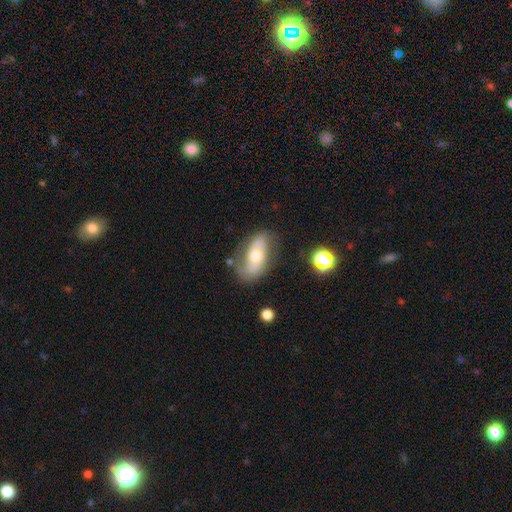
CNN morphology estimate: This appears to be a featured or disk galaxy (55%). Merging: none (68%).